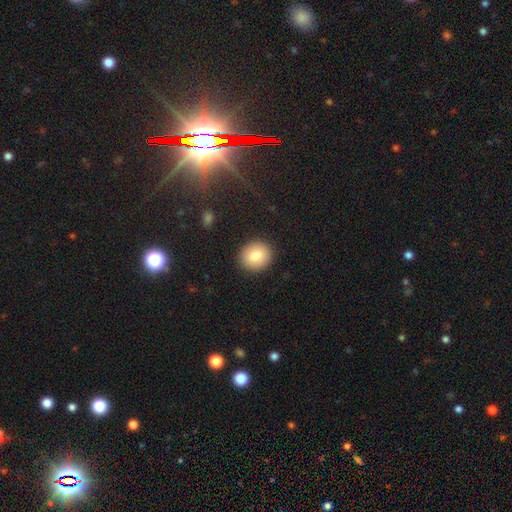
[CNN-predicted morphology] Smooth or featured? smooth (81%)
How rounded? round (77%)
Merging? none (90%)